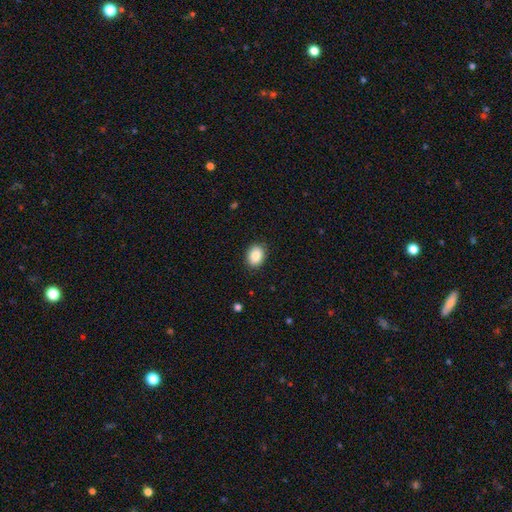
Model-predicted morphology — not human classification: This is clearly a smooth galaxy (86%). How rounded: likely in between (61%). Merging: clearly none (88%).